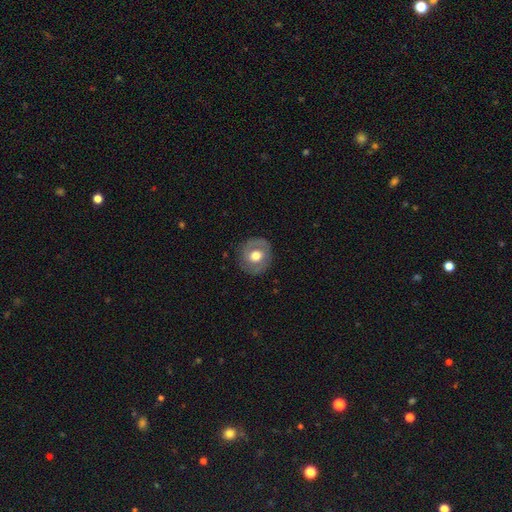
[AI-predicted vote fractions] Overall: featured or disk (48%; smooth 46%). Merging: none (83%).